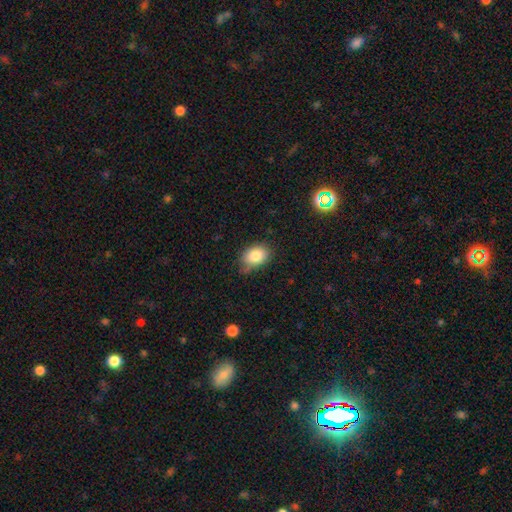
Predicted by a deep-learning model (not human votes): A smooth galaxy with no disk features (83%) that is in between round and cigar-shaped (79%).

Vote fractions:
- Smooth or featured? smooth: 83% / star or artifact: 9% / featured or disk: 8%
- How rounded? in between: 79% / round: 20% / cigar-shaped: 1%
- Merging? none: 67% / minor disturbance: 26% / major disturbance: 5% / merger: 2%